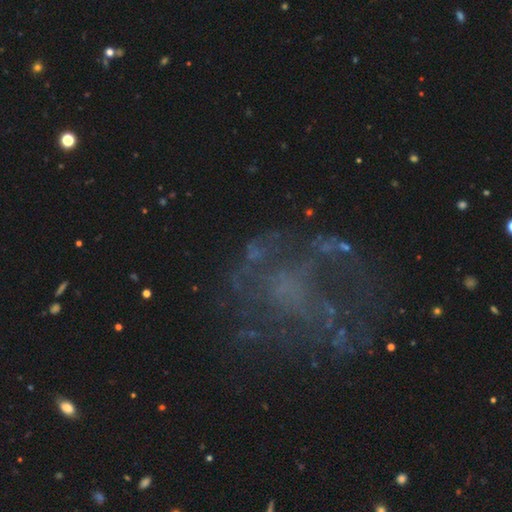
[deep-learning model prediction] smooth_or_featured: featured or disk (p=0.58) [alt: star or artifact p=0.25]
disk_edge_on: no (p=0.97) [alt: yes p=0.03]
bar: no (p=0.82) [alt: weak p=0.14]
has_spiral_arms: no (p=0.64) [alt: yes p=0.36]
bulge_size: none (p=0.63) [alt: small p=0.24]
merging: none (p=0.49) [alt: major disturbance p=0.32]